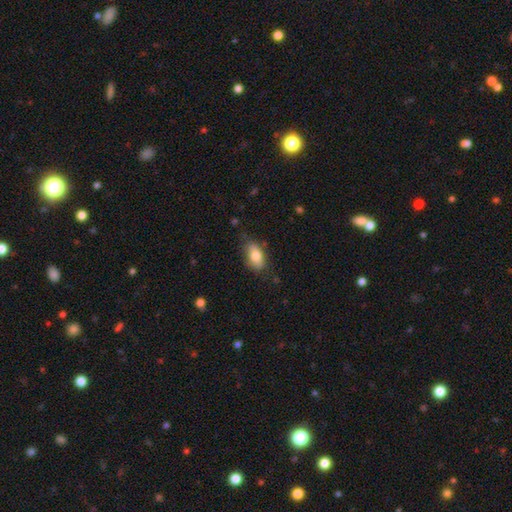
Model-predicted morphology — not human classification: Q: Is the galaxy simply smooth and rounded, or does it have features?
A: smooth — 77%.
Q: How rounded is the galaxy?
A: in between — 89%.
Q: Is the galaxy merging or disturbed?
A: none — 78%.